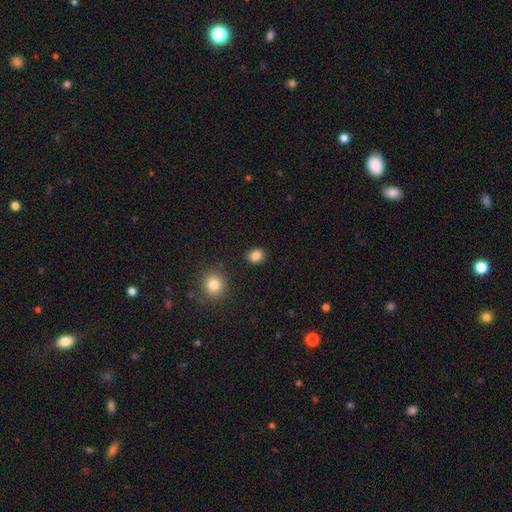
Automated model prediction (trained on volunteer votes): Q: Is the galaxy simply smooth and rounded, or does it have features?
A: smooth — 85%.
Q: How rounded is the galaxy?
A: round — 54%.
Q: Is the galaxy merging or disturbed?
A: none — 88%.